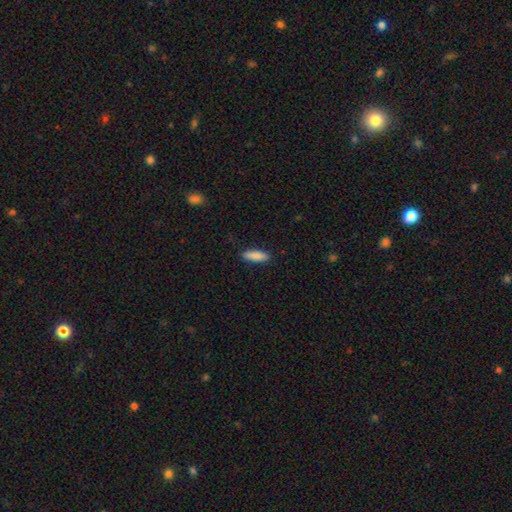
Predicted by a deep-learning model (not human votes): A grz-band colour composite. It shows a smooth galaxy with no disk features (87%) that is cigar-shaped (50%). Merging: none (87%).